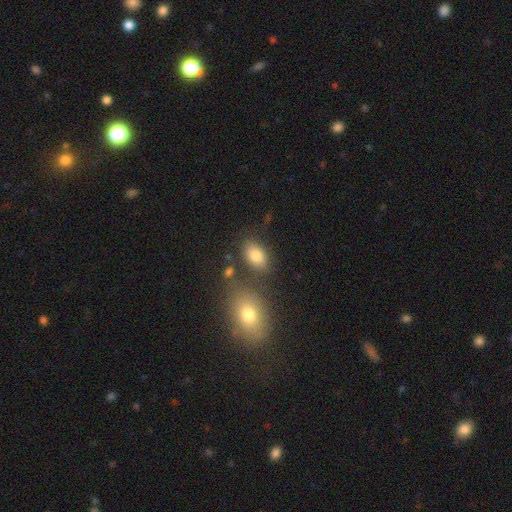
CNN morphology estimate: This appears to be a smooth galaxy with no disk features (81%) that is in between round and cigar-shaped (84%). Merging: none (72%).